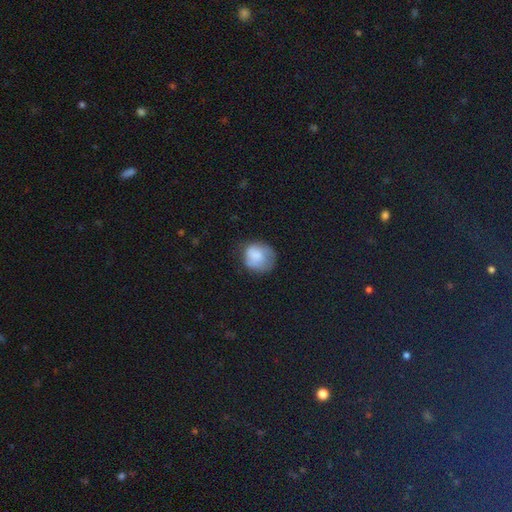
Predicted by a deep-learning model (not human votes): smooth 74%, featured or disk 18%, star or artifact 8%. Down the decision tree: how rounded — round (71%); merging — none (52%).